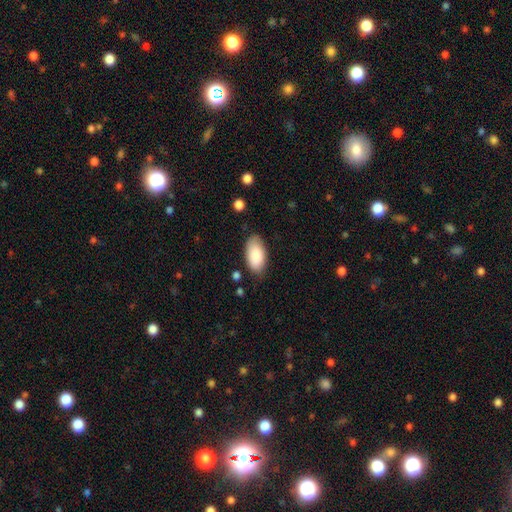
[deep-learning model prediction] This is clearly a smooth galaxy (88%). How rounded: clearly in between (95%). Merging: likely none (80%).